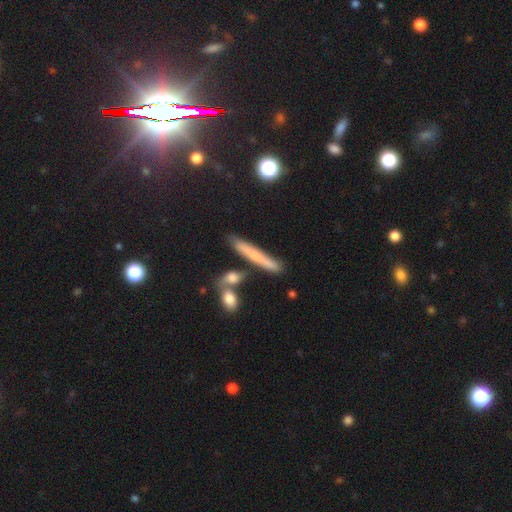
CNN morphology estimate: This is possibly a smooth galaxy (57%). How rounded: clearly cigar-shaped (91%). Merging: likely none (73%).